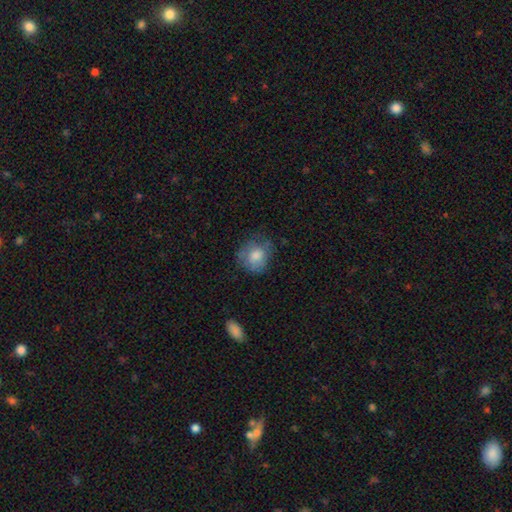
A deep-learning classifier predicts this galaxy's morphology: Smooth or featured? smooth (70%)
How rounded? round (74%)
Merging? none (61%)